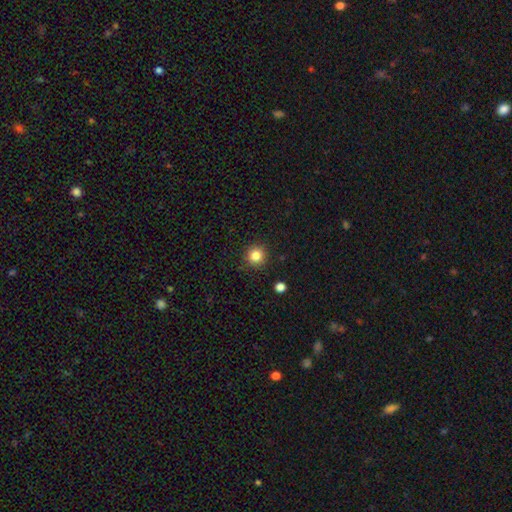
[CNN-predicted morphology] This appears to be a smooth galaxy with no disk features (84%) that is round (94%). Merging: none (90%).